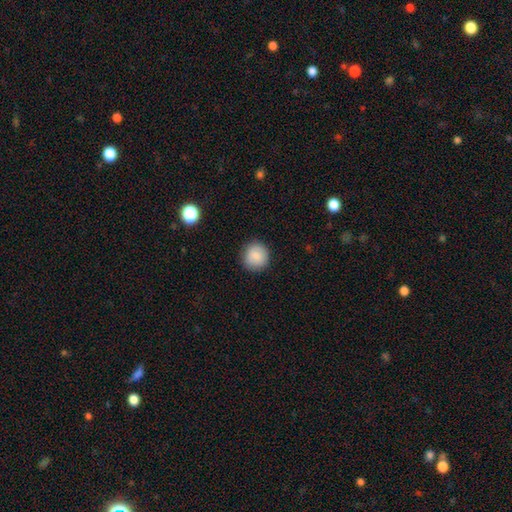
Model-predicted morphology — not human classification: Overall: smooth (87%). How rounded: round (93%). Merging: none (90%).